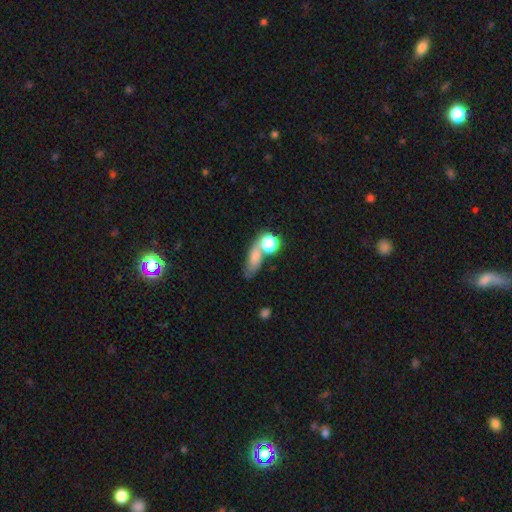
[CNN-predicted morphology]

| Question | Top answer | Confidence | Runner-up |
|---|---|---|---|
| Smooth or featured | smooth | 66% | star or artifact (20%) |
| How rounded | in between | 48% | round (27%) |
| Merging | none | 49% | merger (26%) |